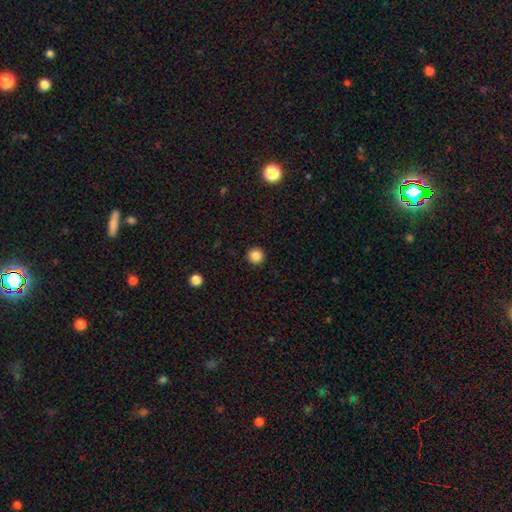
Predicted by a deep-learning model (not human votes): Overall: smooth (84%). How rounded: round (96%). Merging: none (93%).